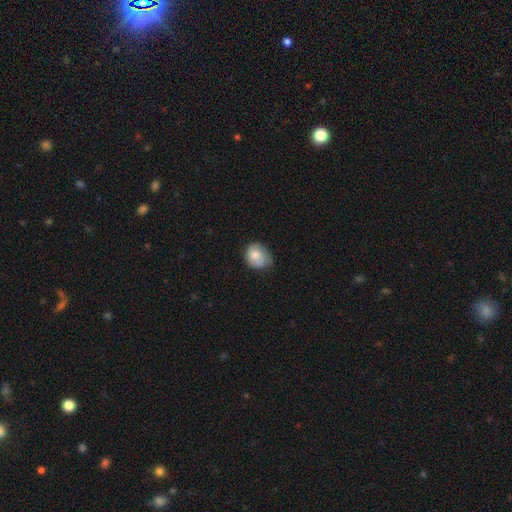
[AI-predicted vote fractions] Smooth or featured: smooth — 79% (featured or disk — 14%)
How rounded: round — 53% (in between — 47%)
Merging: none — 55% (minor disturbance — 37%)